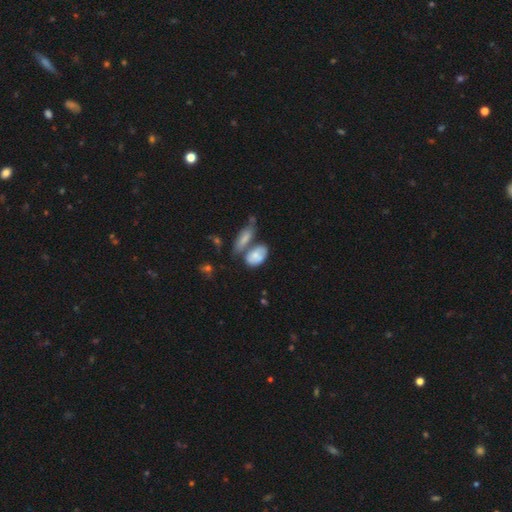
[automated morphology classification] Smooth or featured?
  - smooth: 66% *
  - featured or disk: 26%
  - star or artifact: 7%
How rounded?
  - in between: 87% *
  - round: 8%
  - cigar-shaped: 4%
Merging?
  - merger: 41% *
  - none: 33%
  - minor disturbance: 17%
  - major disturbance: 8%